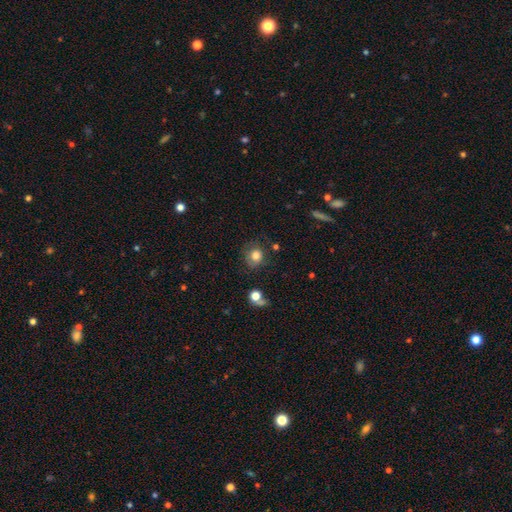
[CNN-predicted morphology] Smooth or featured?
  - smooth: 76% *
  - featured or disk: 12%
  - star or artifact: 11%
How rounded?
  - round: 76% *
  - in between: 24%
  - cigar-shaped: 1%
Merging?
  - none: 65% *
  - minor disturbance: 21%
  - major disturbance: 10%
  - merger: 4%